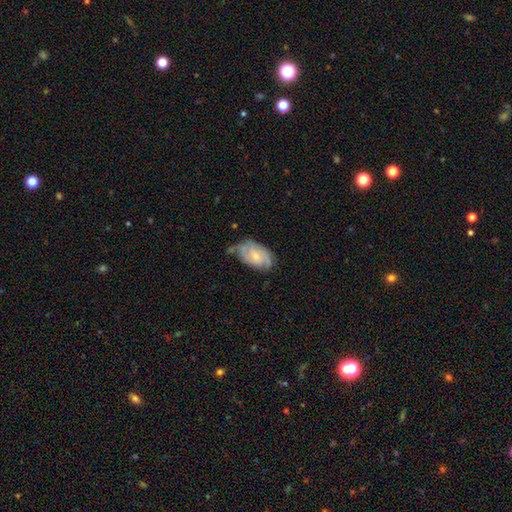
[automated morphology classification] This is likely a featured or disk galaxy (60%). It is clearly not viewed edge-on (96%). Bar: possibly no (52%). Spiral arm pattern: clearly yes (85%). Central bulge: possibly small (60%). Merging: possibly none (47%).